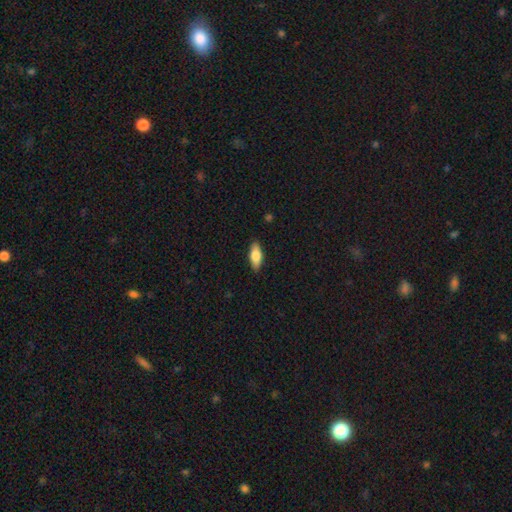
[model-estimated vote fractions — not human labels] The model was most divided on "how rounded": in between: 77%, cigar-shaped: 21%, round: 2%. More confident: merging — none (88%); smooth or featured — smooth (76%).